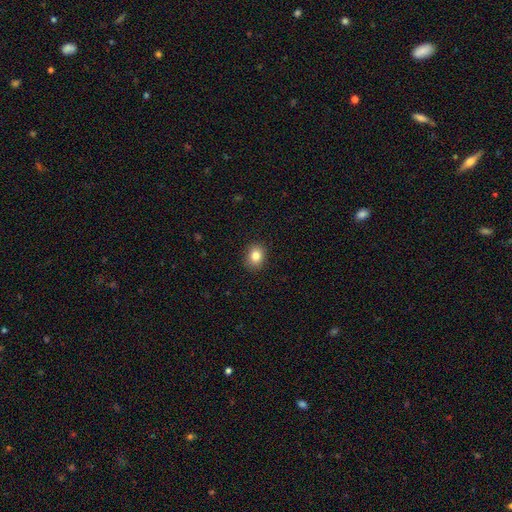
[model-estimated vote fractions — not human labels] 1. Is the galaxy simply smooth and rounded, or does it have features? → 83% smooth, 10% star or artifact, 7% featured or disk.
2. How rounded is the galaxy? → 54% round, 45% in between, 1% cigar-shaped.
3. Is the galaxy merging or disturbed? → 90% none, 7% minor disturbance, 2% major disturbance, 1% merger.